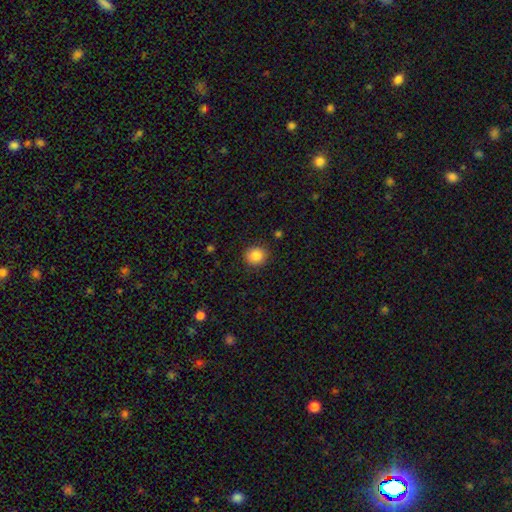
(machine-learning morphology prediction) This is clearly a smooth galaxy (86%). How rounded: clearly round (83%). Merging: clearly none (89%).